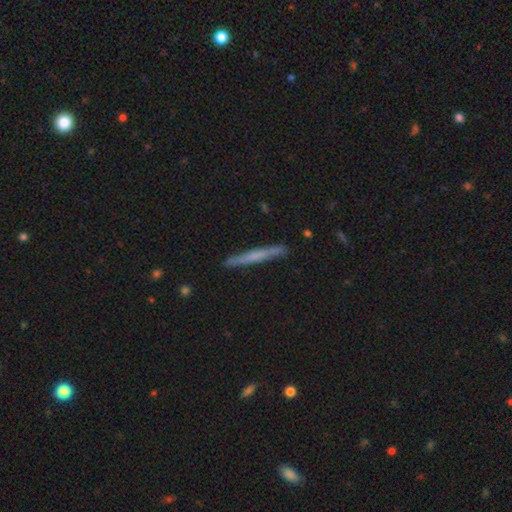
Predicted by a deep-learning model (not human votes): A smooth galaxy with no disk features (49%).

Vote fractions:
- Smooth or featured? smooth: 49% / featured or disk: 45% / star or artifact: 6%
- Merging? none: 90% / minor disturbance: 8% / major disturbance: 1% / merger: 1%